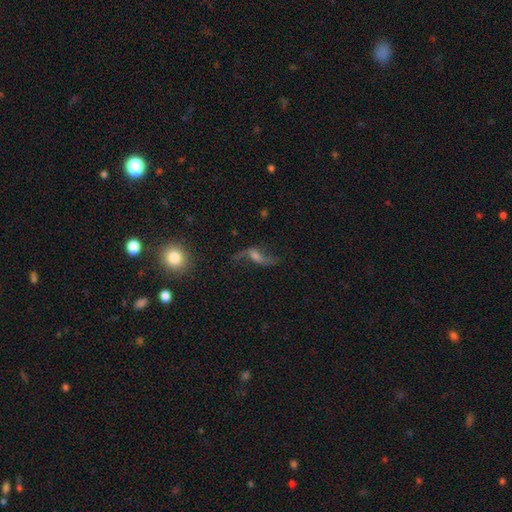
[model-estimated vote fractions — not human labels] Smooth or featured?
  - featured or disk: 79% *
  - smooth: 11%
  - star or artifact: 10%
Edge-on disk?
  - no: 91% *
  - yes: 9%
Bar?
  - weak: 41% *
  - no: 40%
  - strong: 19%
Spiral arms?
  - yes: 93% *
  - no: 7%
Spiral winding?
  - loose: 92% *
  - medium: 6%
  - tight: 2%
Spiral arm count?
  - 2: 91% *
  - 1: 4%
  - can't tell: 2%
  - 3: 1%
  - 4: 1%
  - more than 4: 1%
Bulge size?
  - small: 38% *
  - moderate: 36%
  - none: 15%
  - large: 8%
  - dominant: 2%
Merging?
  - none: 67% *
  - minor disturbance: 16%
  - major disturbance: 14%
  - merger: 3%